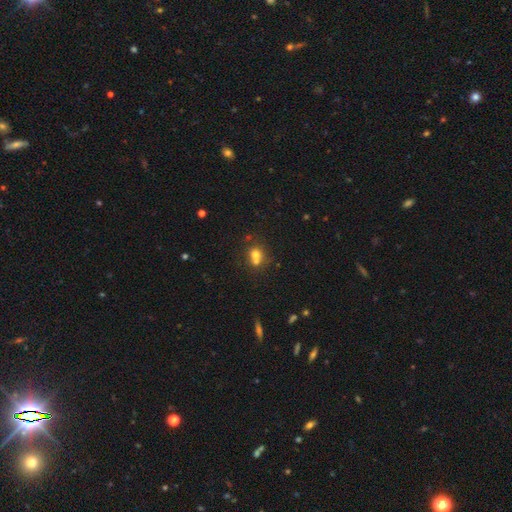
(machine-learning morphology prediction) Smooth or featured: smooth — 68% (featured or disk — 16%)
How rounded: round — 73% (in between — 26%)
Merging: merger — 52% (none — 36%)